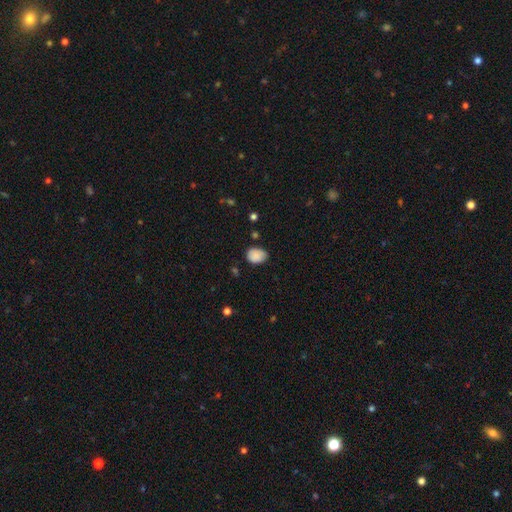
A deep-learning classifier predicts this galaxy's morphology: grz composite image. It shows a smooth galaxy with no disk features (87%) that is in between round and cigar-shaped (69%). Merging: none (70%).